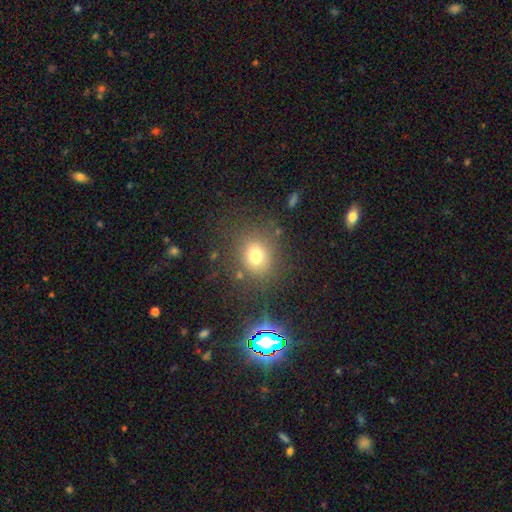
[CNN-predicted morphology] type=smooth (72%); roundness=round (71%); merging=none (76%).